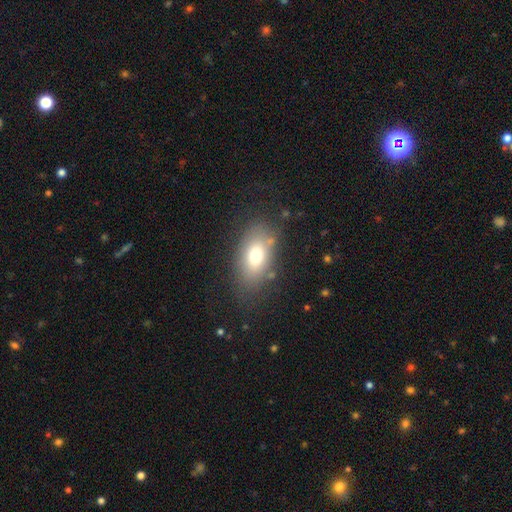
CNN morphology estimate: Overall: smooth (73%). How rounded: in between (87%). Merging: none (75%).